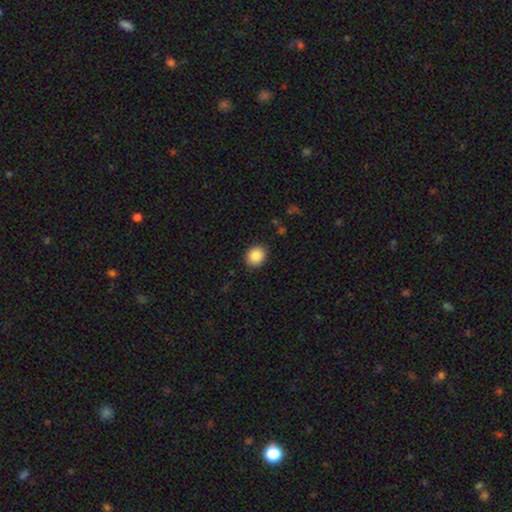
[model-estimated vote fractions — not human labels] This appears to be a smooth galaxy with no disk features (87%) that is round (70%). Merging: none (89%).